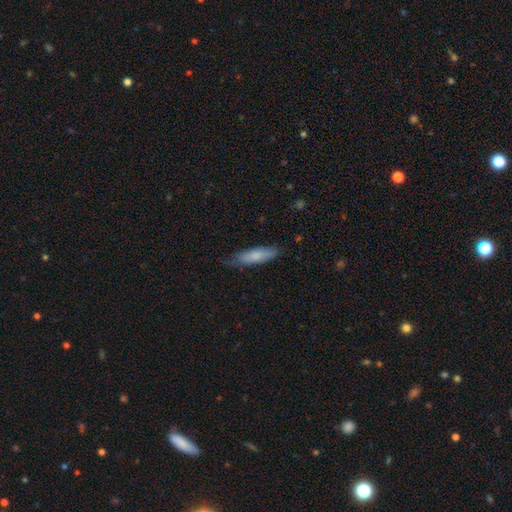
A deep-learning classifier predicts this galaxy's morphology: Smooth or featured?
  - smooth: 76% *
  - featured or disk: 18%
  - star or artifact: 6%
How rounded?
  - cigar-shaped: 64% *
  - in between: 35%
  - round: 2%
Merging?
  - none: 74% *
  - minor disturbance: 21%
  - major disturbance: 4%
  - merger: 1%